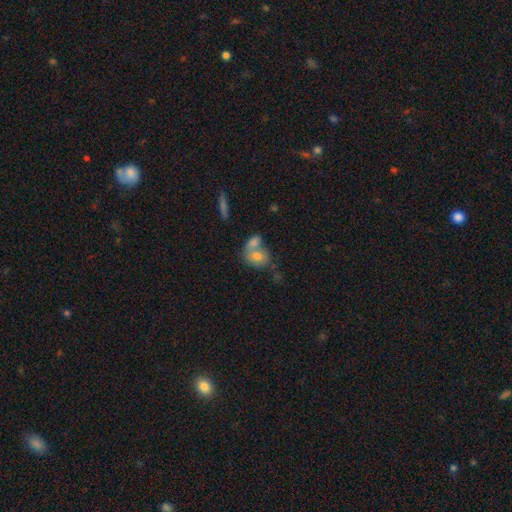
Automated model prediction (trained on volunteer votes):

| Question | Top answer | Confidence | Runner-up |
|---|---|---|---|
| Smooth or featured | smooth | 68% | featured or disk (23%) |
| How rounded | in between | 52% | round (46%) |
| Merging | merger | 55% | none (29%) |